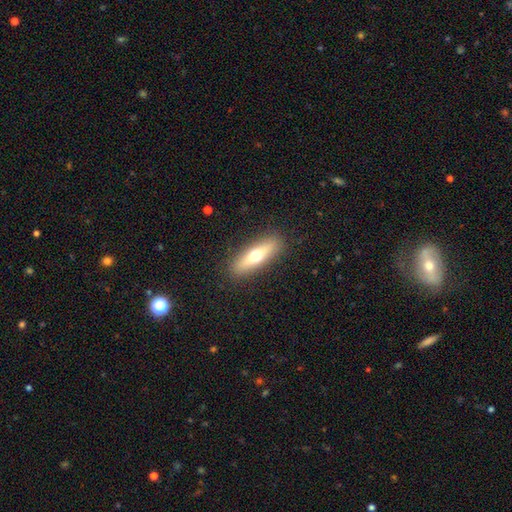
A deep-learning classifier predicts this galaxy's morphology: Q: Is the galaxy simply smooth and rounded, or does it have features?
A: smooth — 53%.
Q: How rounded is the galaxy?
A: cigar-shaped — 64%.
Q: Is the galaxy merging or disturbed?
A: none — 89%.